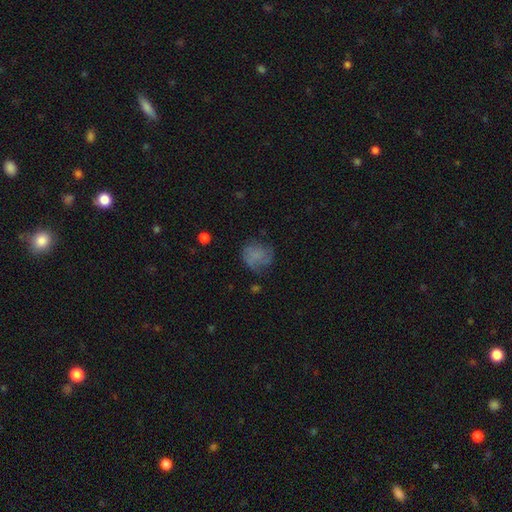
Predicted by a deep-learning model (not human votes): Morphology: type=smooth (55%); roundness=round (69%); merging=none (56%).